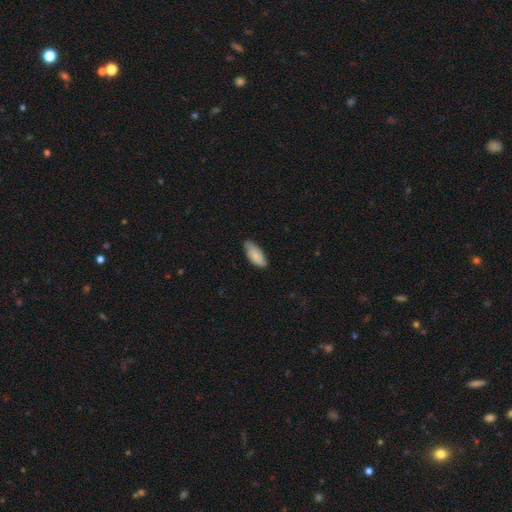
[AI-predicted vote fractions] This appears to be a smooth galaxy with no disk features (78%) that is in between round and cigar-shaped (86%). Merging: none (67%).